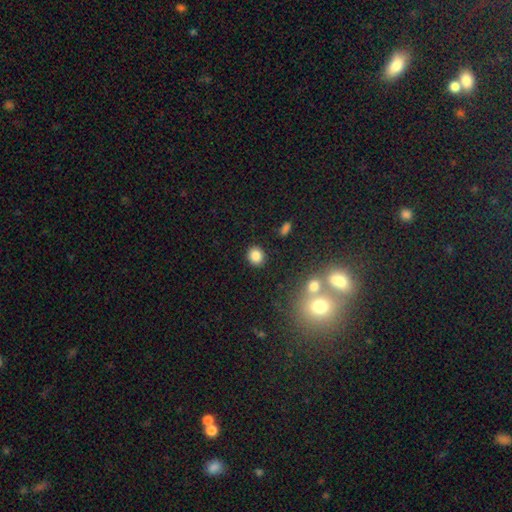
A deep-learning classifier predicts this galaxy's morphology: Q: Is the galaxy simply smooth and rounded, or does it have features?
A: smooth — 83%.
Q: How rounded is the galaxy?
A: round — 79%.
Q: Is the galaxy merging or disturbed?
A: none — 89%.